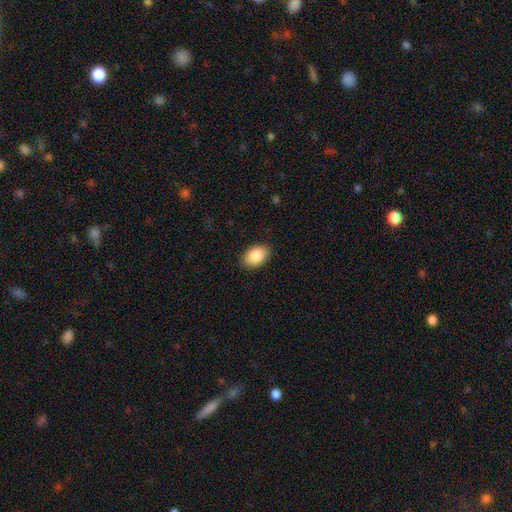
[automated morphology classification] Smooth or featured? Predicted: smooth (p=0.89). How rounded? Predicted: in between (p=0.90). Merging? Predicted: none (p=0.88).